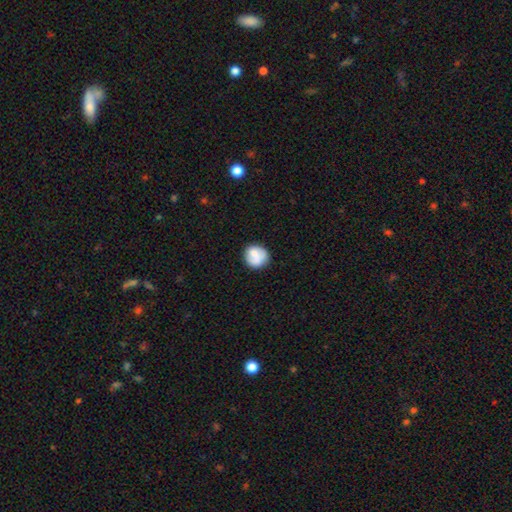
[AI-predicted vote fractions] This is likely a smooth galaxy (72%). How rounded: clearly round (87%). Merging: likely none (70%).